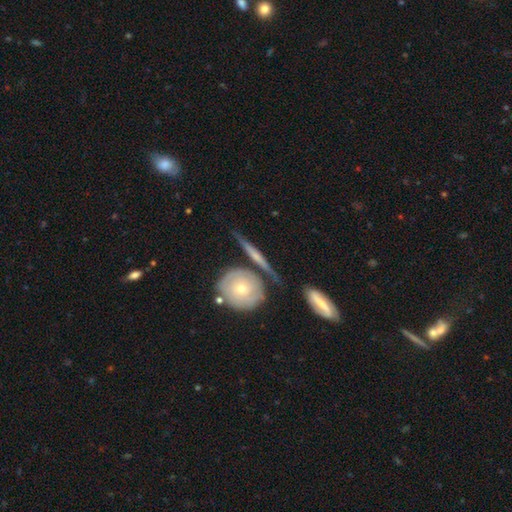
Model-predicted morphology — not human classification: Smooth or featured? Predicted: featured or disk (p=0.65). Edge-on disk? Predicted: yes (p=0.71). Merging? Predicted: none (p=0.68).